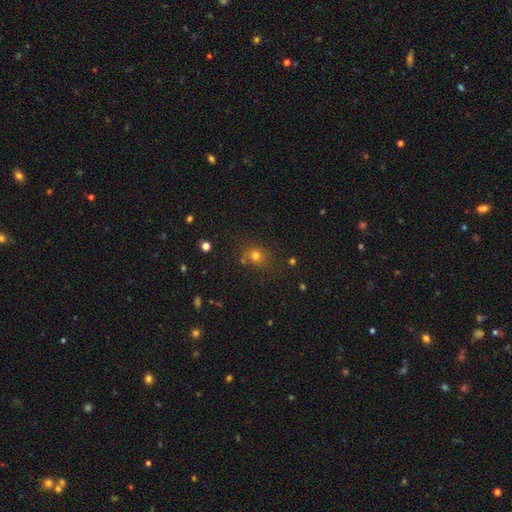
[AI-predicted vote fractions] Smooth or featured? Predicted: smooth (p=0.72). How rounded? Predicted: round (p=0.68). Merging? Predicted: none (p=0.71).